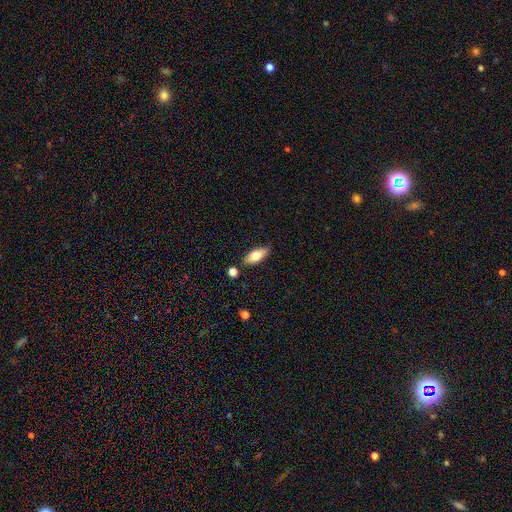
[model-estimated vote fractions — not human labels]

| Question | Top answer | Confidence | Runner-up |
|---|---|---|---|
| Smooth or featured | smooth | 74% | featured or disk (20%) |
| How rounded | in between | 75% | cigar-shaped (22%) |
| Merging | none | 81% | minor disturbance (12%) |